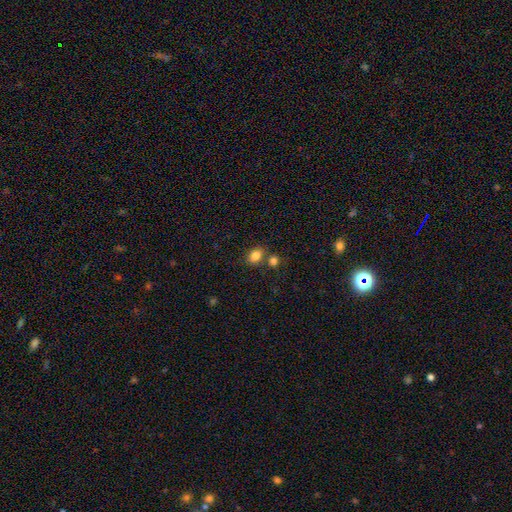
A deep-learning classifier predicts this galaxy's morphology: The model was most divided on "how rounded": in between: 65%, round: 34%, cigar-shaped: 1%. More confident: smooth or featured — smooth (84%); merging — none (65%).